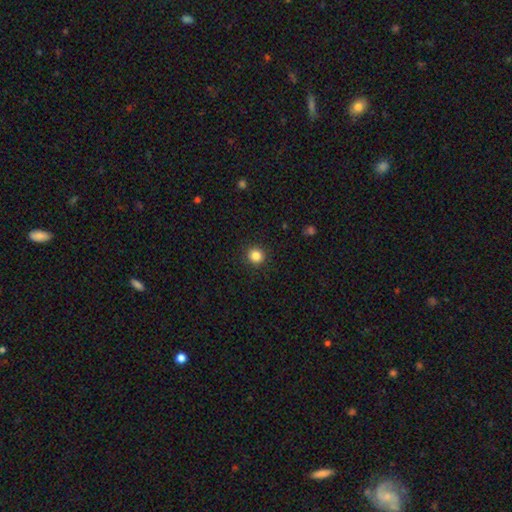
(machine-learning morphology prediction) Smooth or featured? smooth (85%)
How rounded? round (94%)
Merging? none (92%)